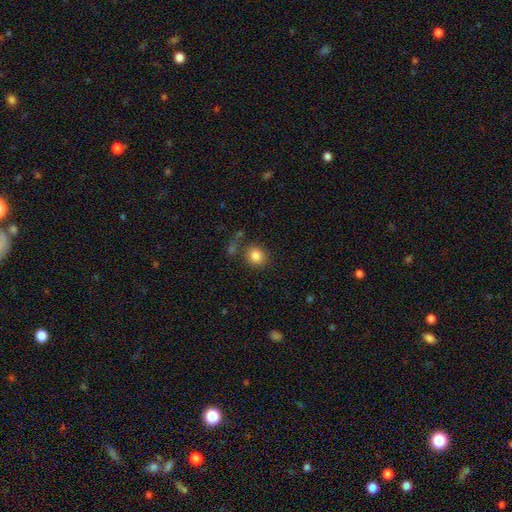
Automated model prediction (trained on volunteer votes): A smooth galaxy with no disk features (85%) that is round (80%). Merging: none (76%).